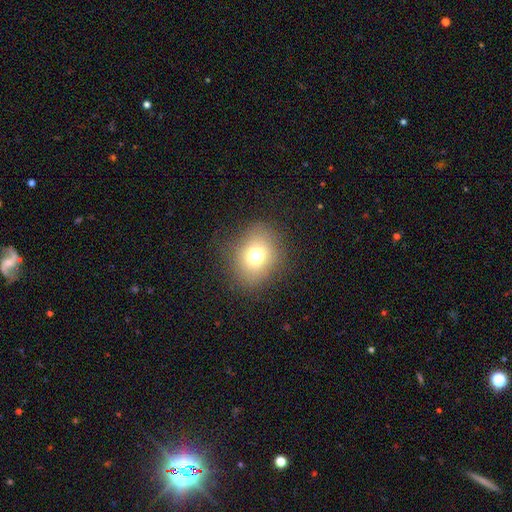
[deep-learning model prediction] Smooth or featured: smooth — 72% (star or artifact — 16%)
How rounded: round — 62% (in between — 37%)
Merging: none — 81% (minor disturbance — 12%)